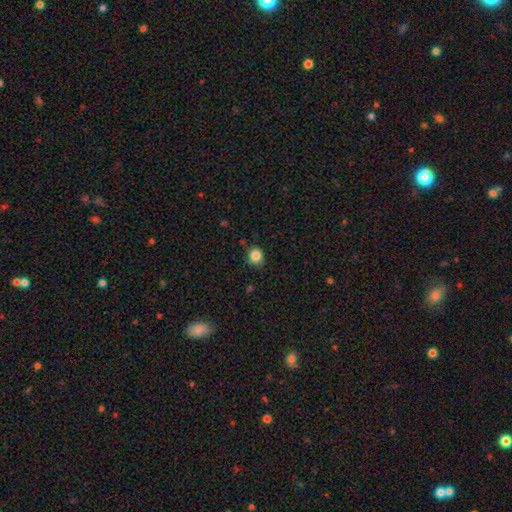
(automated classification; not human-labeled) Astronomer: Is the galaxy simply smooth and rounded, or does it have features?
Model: smooth — 85%.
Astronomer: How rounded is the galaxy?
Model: round — 79%.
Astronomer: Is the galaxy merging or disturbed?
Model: none — 83%.